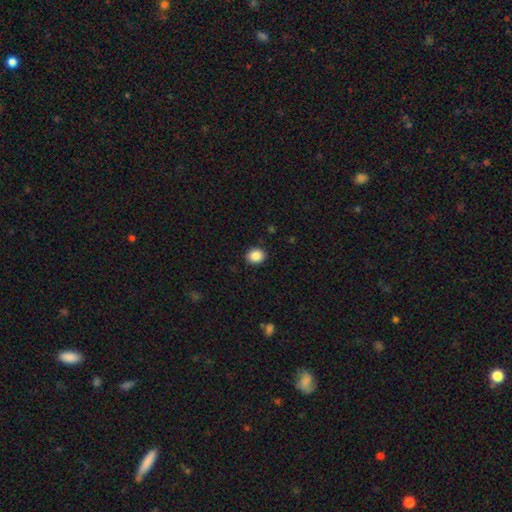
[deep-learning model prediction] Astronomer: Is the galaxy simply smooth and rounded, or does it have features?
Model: smooth — 88%.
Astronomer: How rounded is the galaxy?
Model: round — 66%.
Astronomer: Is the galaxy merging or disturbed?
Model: none — 91%.